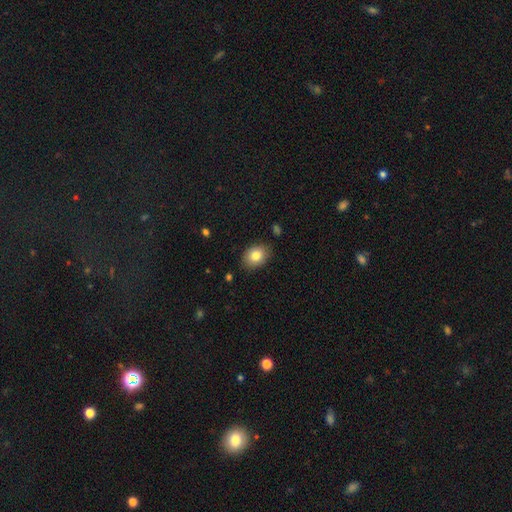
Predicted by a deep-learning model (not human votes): The model was most divided on "how rounded": in between: 71%, round: 28%, cigar-shaped: 1%. More confident: merging — none (85%); smooth or featured — smooth (82%).